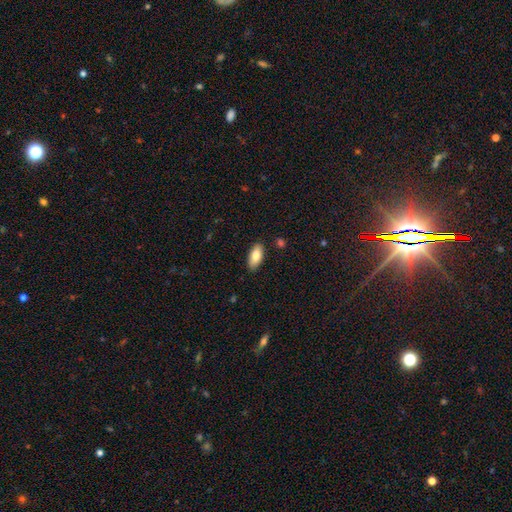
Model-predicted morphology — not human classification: The model was most divided on "smooth or featured": smooth: 82%, featured or disk: 11%, star or artifact: 6%. More confident: how rounded — in between (87%); merging — none (87%).